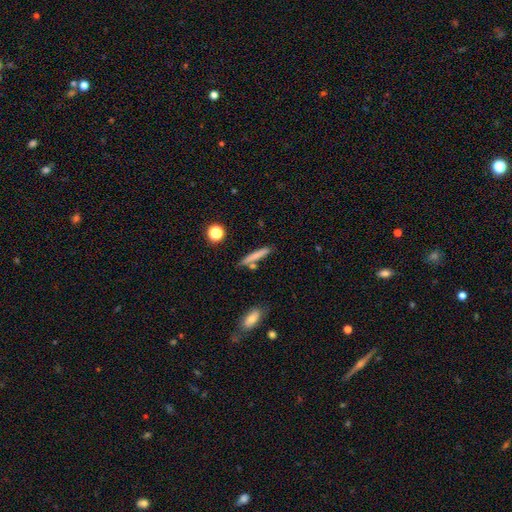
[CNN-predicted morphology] smooth 74%, featured or disk 18%, star or artifact 8%. Down the decision tree: how rounded — cigar-shaped (91%); merging — none (77%).